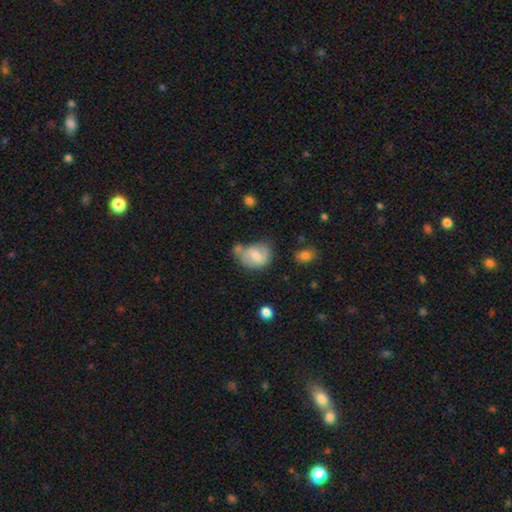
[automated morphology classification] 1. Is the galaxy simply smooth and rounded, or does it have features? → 58% smooth, 34% featured or disk, 8% star or artifact.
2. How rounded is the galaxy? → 54% in between, 45% round, 1% cigar-shaped.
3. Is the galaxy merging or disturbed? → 39% none, 28% minor disturbance, 21% merger, 13% major disturbance.